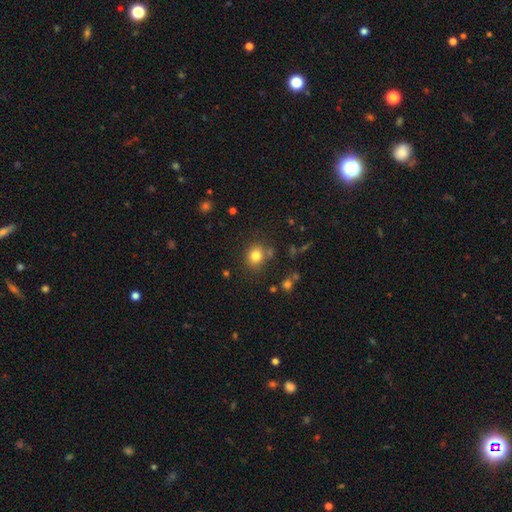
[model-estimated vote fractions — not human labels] Smooth or featured: smooth — 80% (star or artifact — 13%)
How rounded: round — 73% (in between — 26%)
Merging: none — 78% (minor disturbance — 12%)